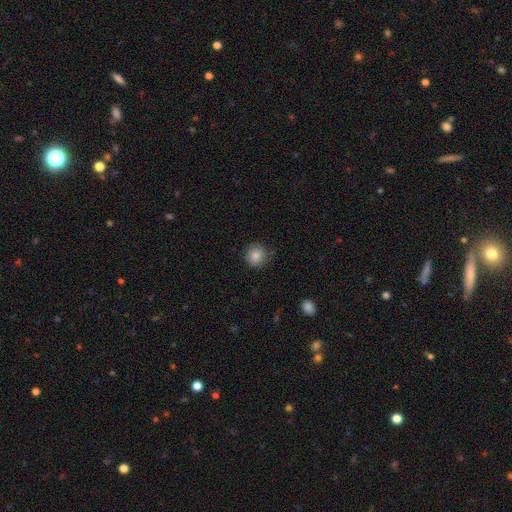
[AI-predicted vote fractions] This is clearly a smooth galaxy (86%). How rounded: clearly round (93%). Merging: clearly none (84%).